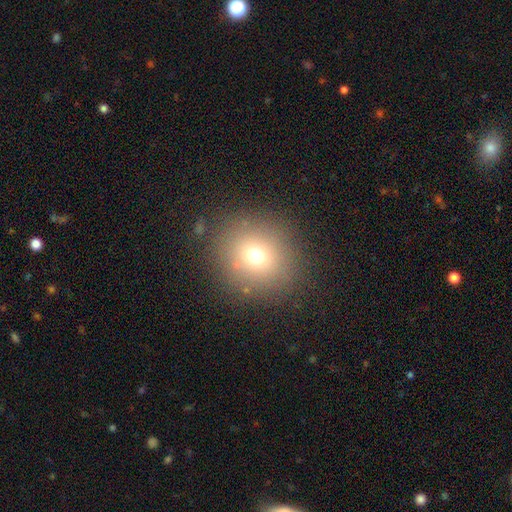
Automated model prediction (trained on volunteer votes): smooth 70%, star or artifact 18%, featured or disk 12%. Down the decision tree: how rounded — round (89%); merging — none (86%).